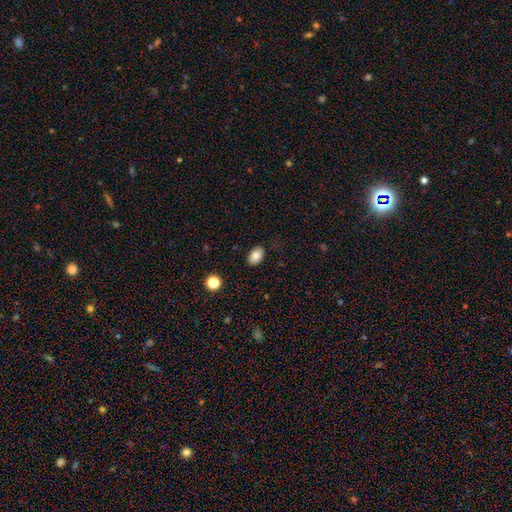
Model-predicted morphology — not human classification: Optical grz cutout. It shows a smooth galaxy with no disk features (83%) that is in between round and cigar-shaped (87%). Merging: none (85%).